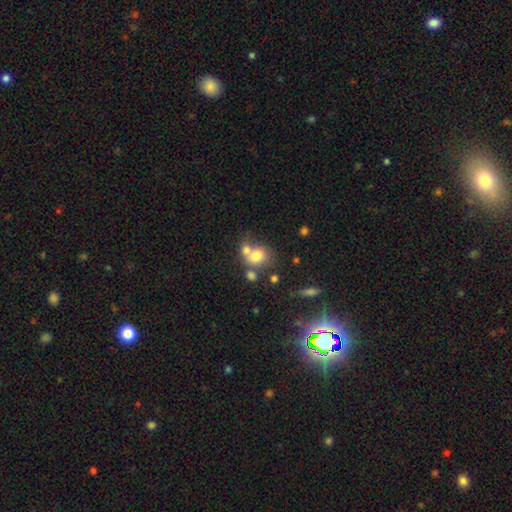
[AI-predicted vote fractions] This is likely a smooth galaxy (72%). How rounded: possibly round (60%). Merging: possibly merger (49%).